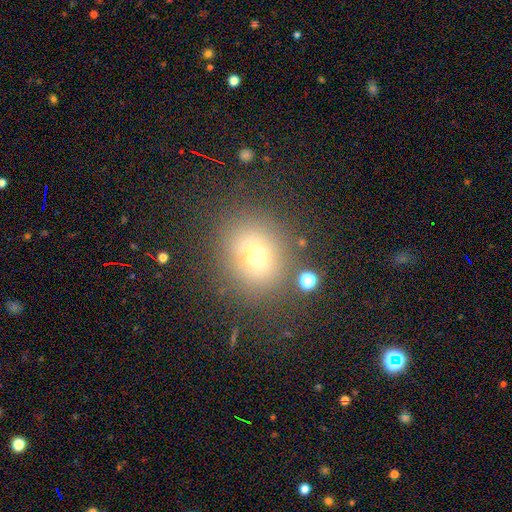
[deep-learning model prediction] smooth 66%, star or artifact 20%, featured or disk 13%. Down the decision tree: how rounded — round (78%); merging — none (79%).